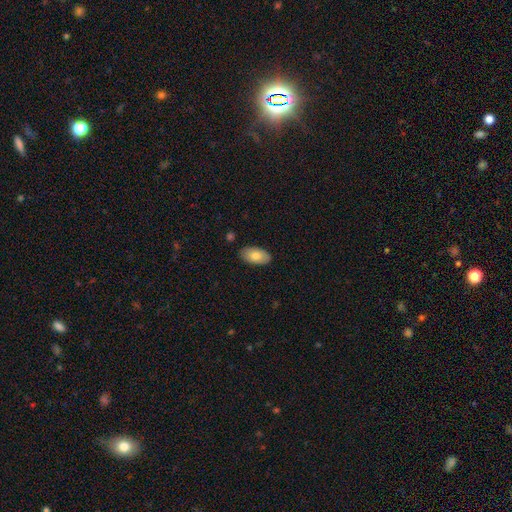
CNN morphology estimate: This appears to be a smooth galaxy with no disk features (77%) that is in between round and cigar-shaped (95%). Merging: none (86%).